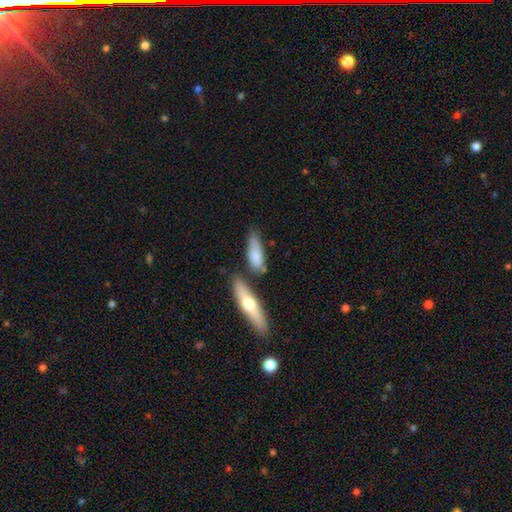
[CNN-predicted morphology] type=smooth (73%); roundness=in between (59%); merging=none (53%).